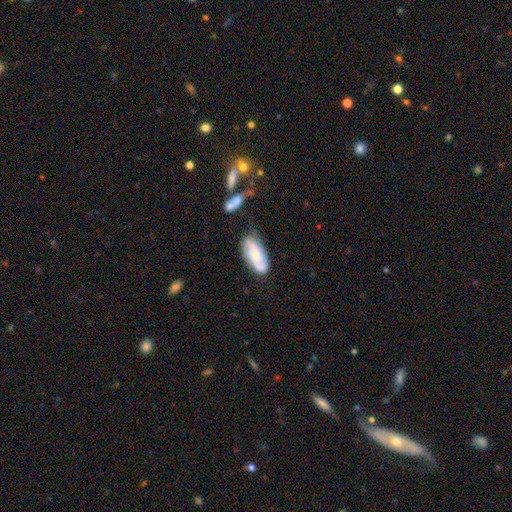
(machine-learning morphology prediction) This is possibly a featured or disk galaxy (58%). It is clearly not viewed edge-on (92%). Bar: likely no (70%). Spiral arm pattern: clearly yes (87%). Central bulge: likely small (62%). Merging: likely none (65%).